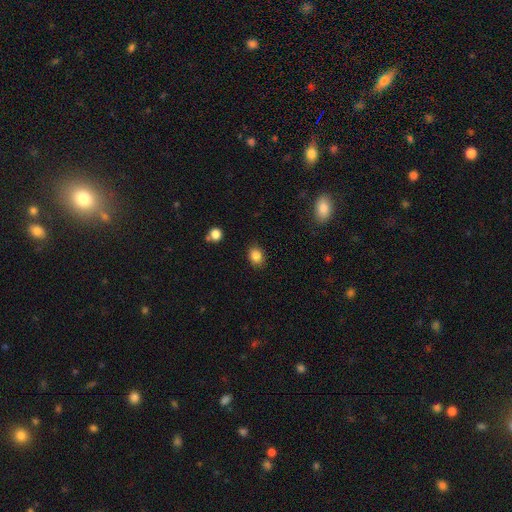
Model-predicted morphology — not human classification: The model was most divided on "how rounded" (2-way tie): in between: 50%, round: 50%, cigar-shaped: 1%. More confident: smooth or featured — smooth (86%); merging — none (85%).